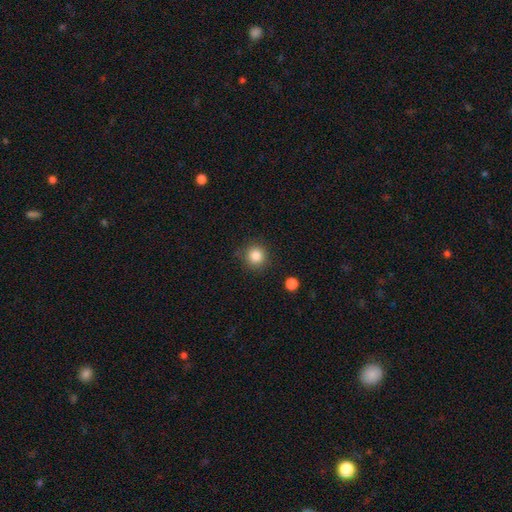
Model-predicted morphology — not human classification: Q: Smooth or featured?
A: smooth (85%); runner-up: star or artifact (10%)
Q: How rounded?
A: round (93%); runner-up: in between (6%)
Q: Merging?
A: none (86%); runner-up: minor disturbance (9%)